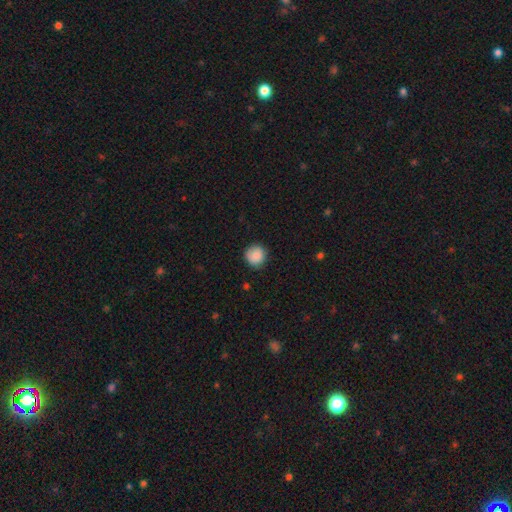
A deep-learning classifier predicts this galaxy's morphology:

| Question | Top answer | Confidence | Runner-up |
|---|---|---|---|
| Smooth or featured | smooth | 88% | star or artifact (8%) |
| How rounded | round | 93% | in between (6%) |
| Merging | none | 86% | minor disturbance (11%) |